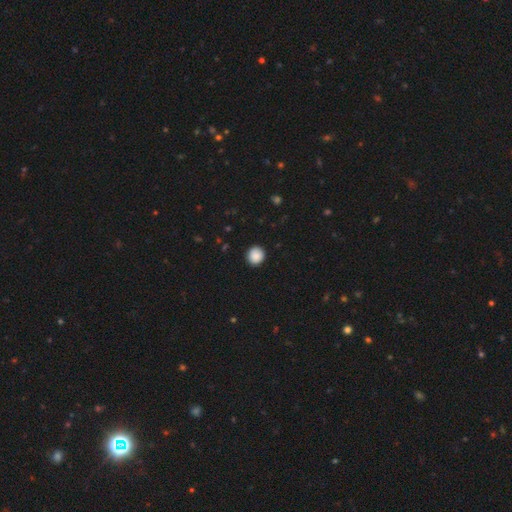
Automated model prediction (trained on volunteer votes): Smooth or featured? Predicted: smooth (p=0.89). How rounded? Predicted: round (p=0.91). Merging? Predicted: none (p=0.92).